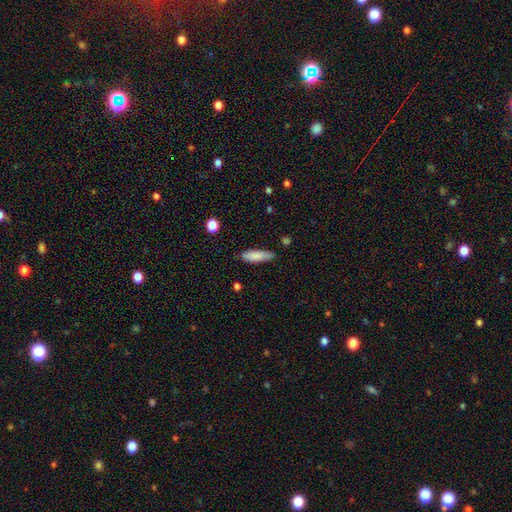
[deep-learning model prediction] This is clearly a smooth galaxy (84%). How rounded: possibly cigar-shaped (51%). Merging: likely none (74%).